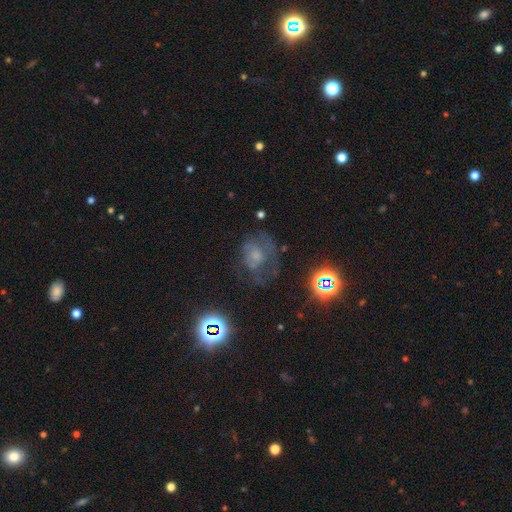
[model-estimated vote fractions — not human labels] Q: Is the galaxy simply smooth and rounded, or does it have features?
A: featured or disk — 47%.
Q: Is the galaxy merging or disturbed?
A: none — 45%.